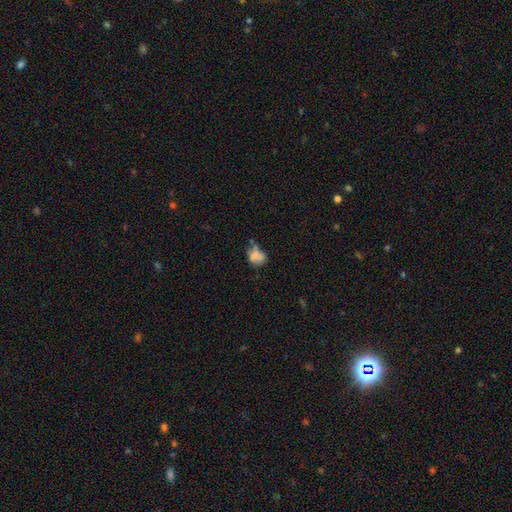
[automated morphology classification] Q: Smooth or featured?
A: smooth (63%); runner-up: featured or disk (23%)
Q: How rounded?
A: in between (63%); runner-up: round (35%)
Q: Merging?
A: none (33%); runner-up: minor disturbance (29%)